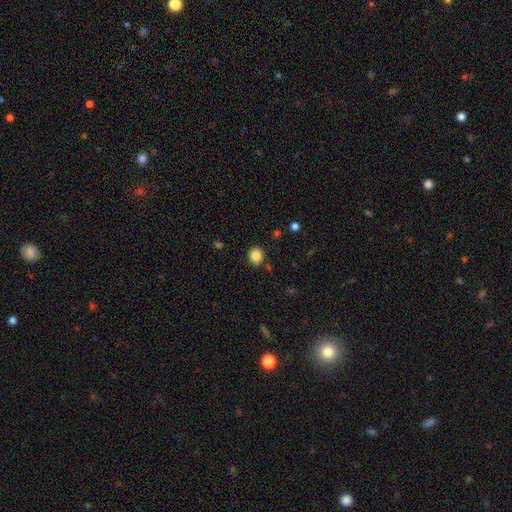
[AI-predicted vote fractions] Smooth or featured?
  - smooth: 85% *
  - star or artifact: 10%
  - featured or disk: 5%
How rounded?
  - round: 75% *
  - in between: 24%
  - cigar-shaped: 1%
Merging?
  - none: 86% *
  - minor disturbance: 8%
  - merger: 3%
  - major disturbance: 2%